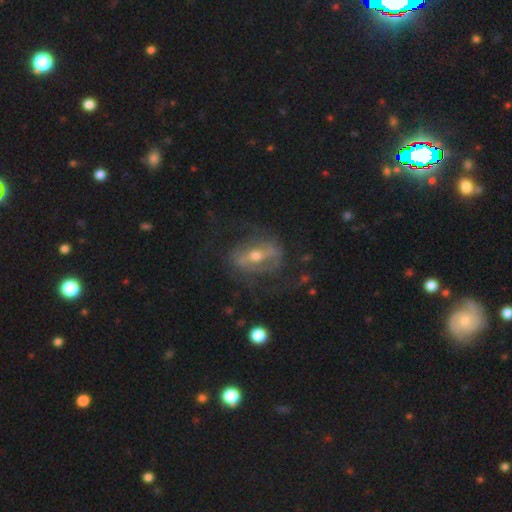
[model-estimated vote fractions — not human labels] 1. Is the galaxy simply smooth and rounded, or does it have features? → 77% featured or disk, 15% smooth, 8% star or artifact.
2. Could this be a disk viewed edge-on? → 88% no, 12% yes.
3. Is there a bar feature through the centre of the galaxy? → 59% strong, 25% weak, 15% no.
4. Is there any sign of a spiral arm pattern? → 64% yes, 36% no.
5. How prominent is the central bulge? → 59% moderate, 35% small, 3% large, 1% none, 1% dominant.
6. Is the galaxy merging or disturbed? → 63% none, 18% major disturbance, 17% minor disturbance, 2% merger.